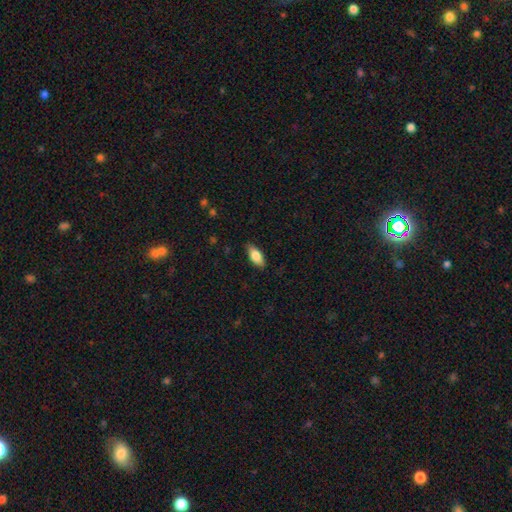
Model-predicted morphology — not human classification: Smooth or featured? smooth (77%)
How rounded? in between (83%)
Merging? none (85%)